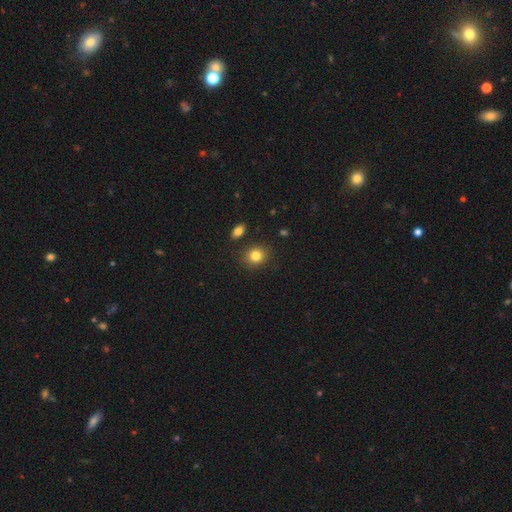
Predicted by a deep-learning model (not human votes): smooth-or-featured: smooth: 83% | star or artifact: 10% | featured or disk: 7%
  how-rounded: round: 70% | in between: 29% | cigar-shaped: 1%
  merging: none: 83% | minor disturbance: 10% | merger: 4% | major disturbance: 3%